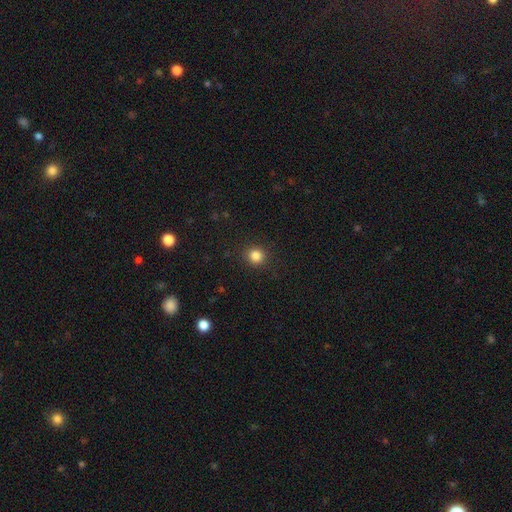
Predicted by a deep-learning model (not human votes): smooth-or-featured: smooth: 84% | star or artifact: 12% | featured or disk: 4%
  how-rounded: round: 92% | in between: 7% | cigar-shaped: 1%
  merging: none: 91% | minor disturbance: 6% | major disturbance: 2% | merger: 1%